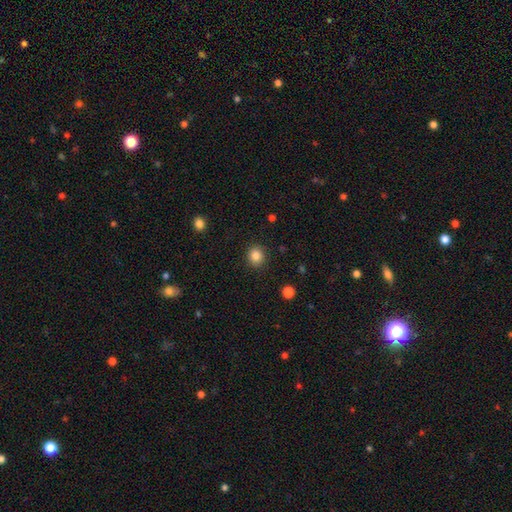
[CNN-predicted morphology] smooth-or-featured: smooth: 85% | star or artifact: 11% | featured or disk: 4%
  how-rounded: round: 83% | in between: 16% | cigar-shaped: 1%
  merging: none: 90% | minor disturbance: 7% | major disturbance: 2% | merger: 1%